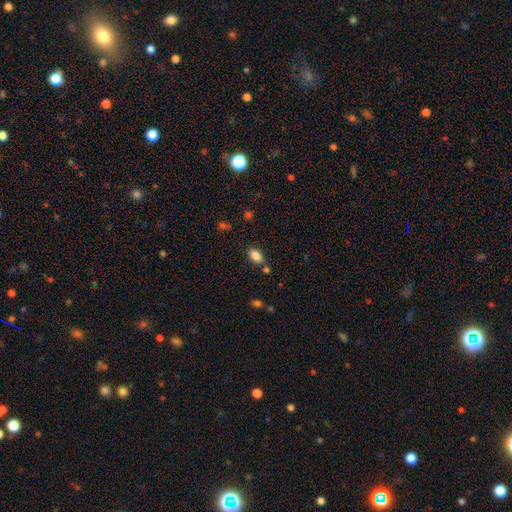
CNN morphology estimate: type=smooth (86%); roundness=in between (90%); merging=none (76%).